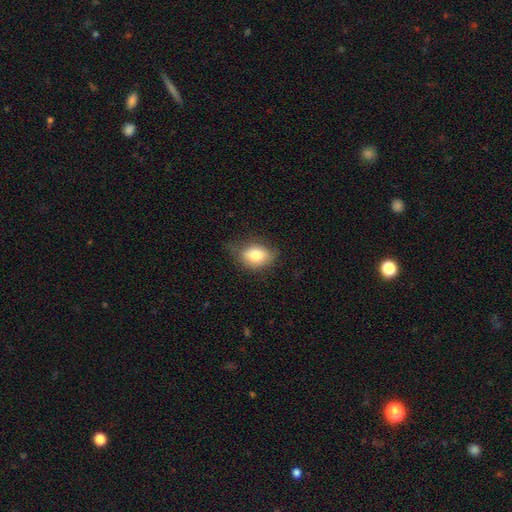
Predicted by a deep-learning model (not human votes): This is likely a smooth galaxy (78%). How rounded: likely in between (73%). Merging: likely none (61%).